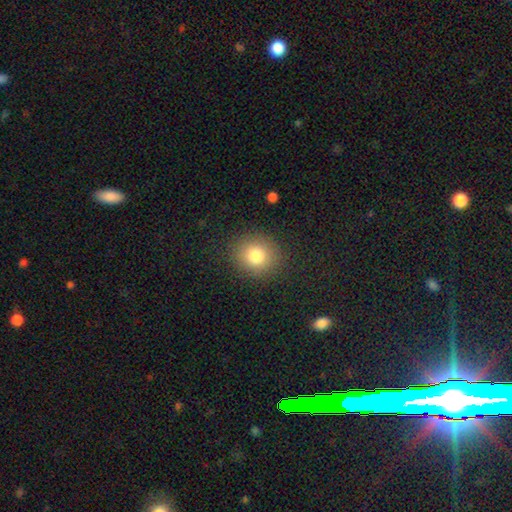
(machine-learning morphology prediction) Smooth or featured? smooth (81%)
How rounded? round (84%)
Merging? none (88%)